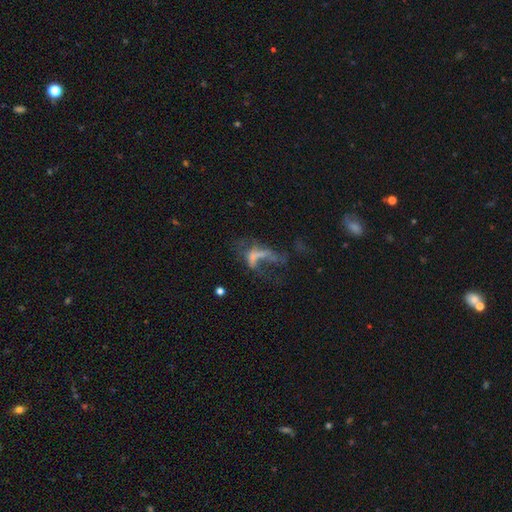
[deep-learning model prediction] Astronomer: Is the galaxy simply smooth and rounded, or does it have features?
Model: featured or disk — 51% (runner-up: smooth, 30%).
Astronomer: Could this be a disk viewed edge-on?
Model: no — 94%.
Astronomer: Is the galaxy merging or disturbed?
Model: major disturbance — 54%.